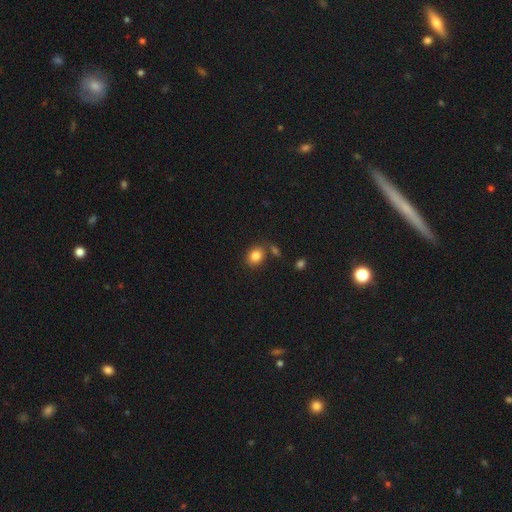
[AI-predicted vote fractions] smooth 84%, star or artifact 10%, featured or disk 6%. Down the decision tree: how rounded — in between (53%); merging — none (74%).